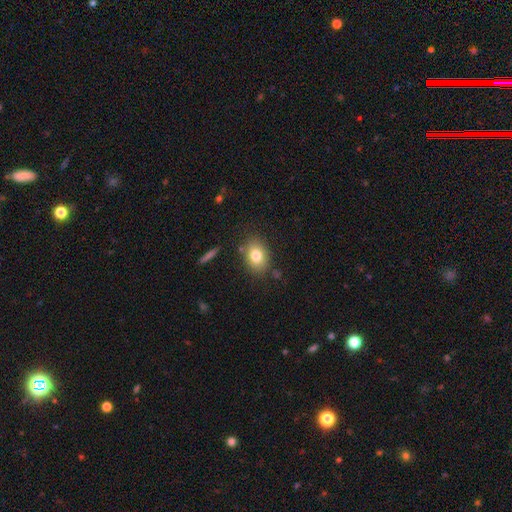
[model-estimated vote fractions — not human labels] Smooth or featured? Predicted: smooth (p=0.78). How rounded? Predicted: in between (p=0.61). Merging? Predicted: none (p=0.81).